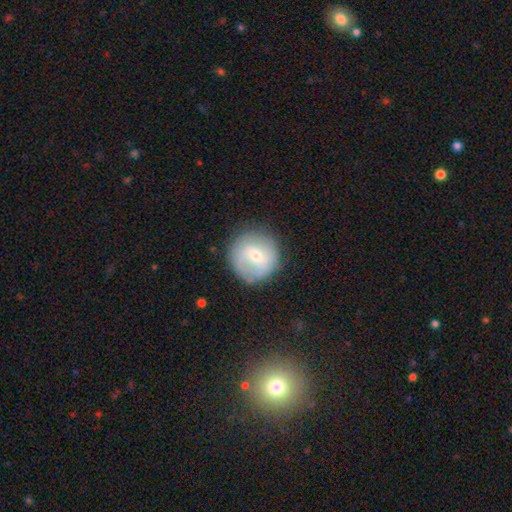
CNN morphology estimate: A smooth galaxy with no disk features (55%) that is round (95%). Merging: none (81%).